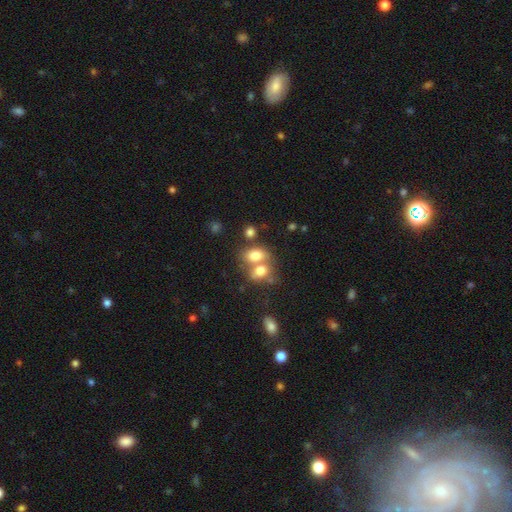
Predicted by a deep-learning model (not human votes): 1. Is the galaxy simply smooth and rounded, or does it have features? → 75% smooth, 15% featured or disk, 10% star or artifact.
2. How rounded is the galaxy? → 72% in between, 26% round, 2% cigar-shaped.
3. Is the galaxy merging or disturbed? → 58% merger, 29% none, 8% minor disturbance, 5% major disturbance.